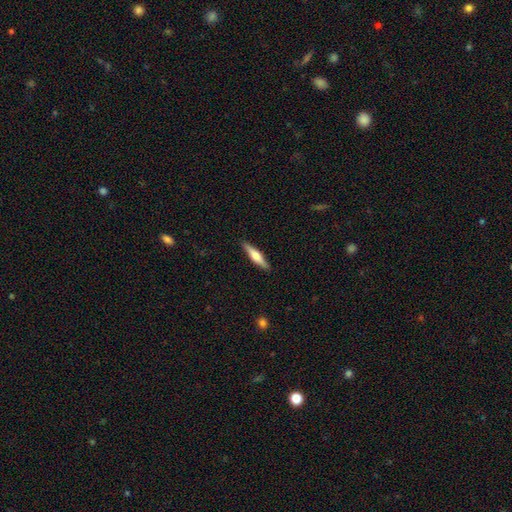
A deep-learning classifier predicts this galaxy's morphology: Q: Smooth or featured?
A: featured or disk (50%); runner-up: smooth (45%)
Q: Merging?
A: none (90%); runner-up: minor disturbance (8%)